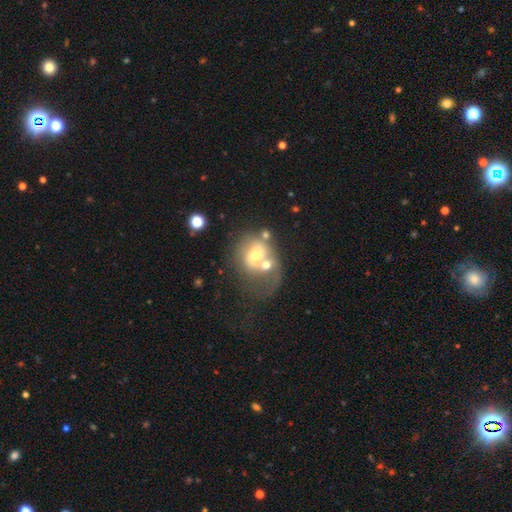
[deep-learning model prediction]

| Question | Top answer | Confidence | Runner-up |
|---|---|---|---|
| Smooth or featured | smooth | 48% | featured or disk (41%) |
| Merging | merger | 53% | major disturbance (20%) |